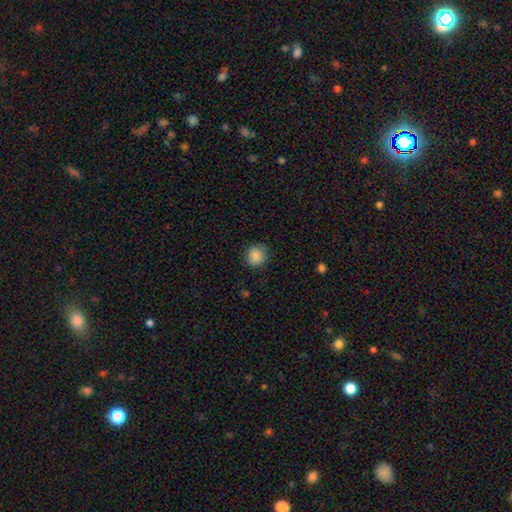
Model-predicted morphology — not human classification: A smooth galaxy with no disk features (86%) that is round (88%). Merging: none (82%).